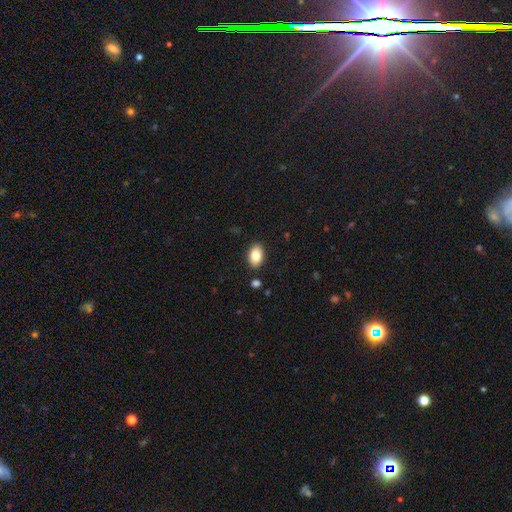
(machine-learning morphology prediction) smooth 82%, featured or disk 10%, star or artifact 7%. Down the decision tree: how rounded — in between (89%); merging — none (88%).